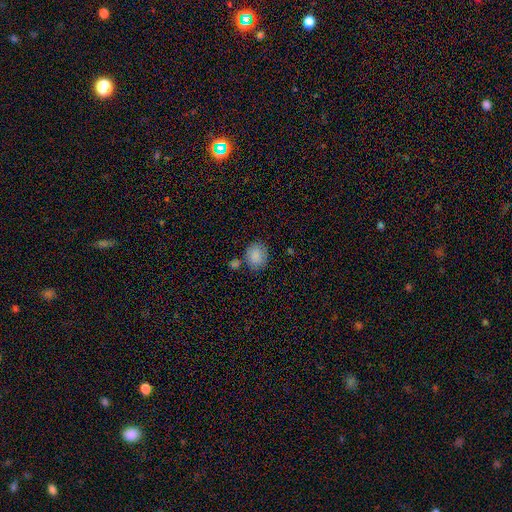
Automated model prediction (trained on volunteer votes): This appears to be a smooth galaxy with no disk features (86%) that is round (63%). Merging: none (69%).